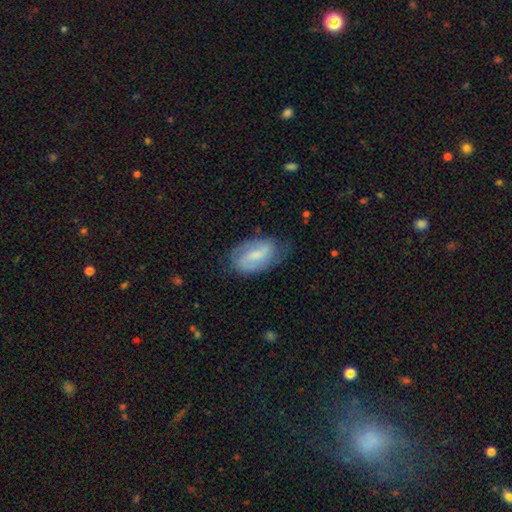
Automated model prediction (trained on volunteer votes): Smooth or featured? Predicted: featured or disk (p=0.58). Edge-on disk? Predicted: no (p=0.95). Bar? Predicted: weak (p=0.50). Spiral arms? Predicted: yes (p=0.86). Bulge size? Predicted: small (p=0.47). Merging? Predicted: none (p=0.65).